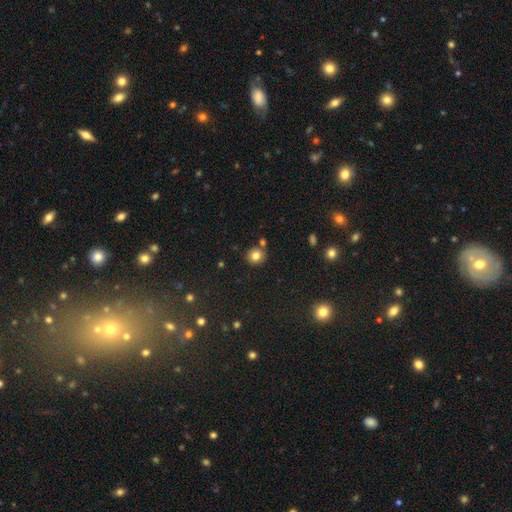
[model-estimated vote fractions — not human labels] Q: Smooth or featured?
A: smooth (80%); runner-up: star or artifact (12%)
Q: How rounded?
A: round (89%); runner-up: in between (10%)
Q: Merging?
A: none (81%); runner-up: minor disturbance (9%)